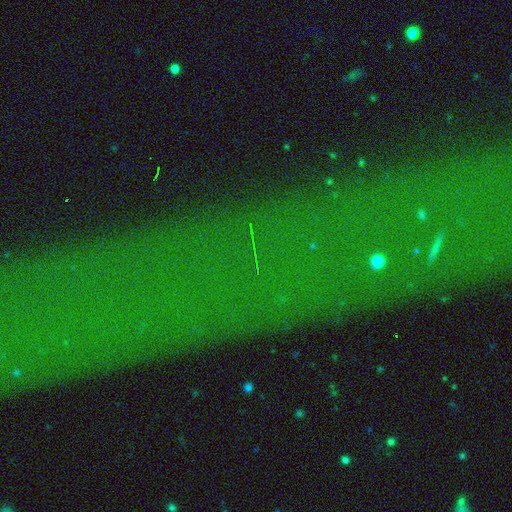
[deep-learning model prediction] smooth-or-featured: star or artifact: 77% | featured or disk: 12% | smooth: 11%